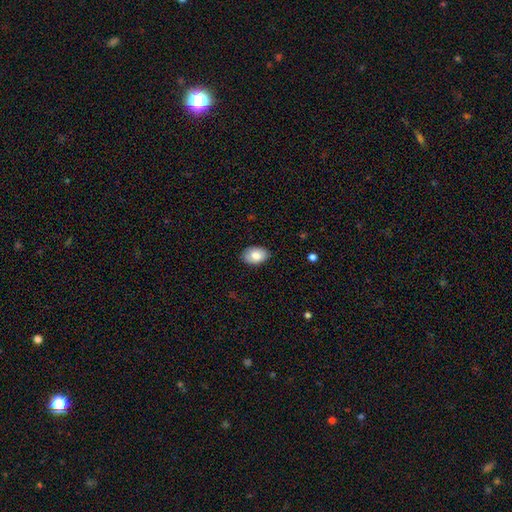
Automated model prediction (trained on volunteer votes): Smooth or featured?
  - smooth: 81% *
  - featured or disk: 12%
  - star or artifact: 7%
How rounded?
  - in between: 87% *
  - round: 12%
  - cigar-shaped: 1%
Merging?
  - none: 85% *
  - minor disturbance: 12%
  - major disturbance: 2%
  - merger: 1%